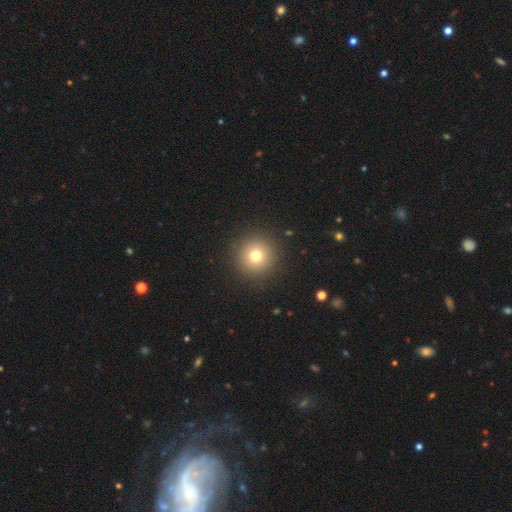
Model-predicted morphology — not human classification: Smooth or featured? Predicted: smooth (p=0.75). How rounded? Predicted: round (p=0.96). Merging? Predicted: none (p=0.92).